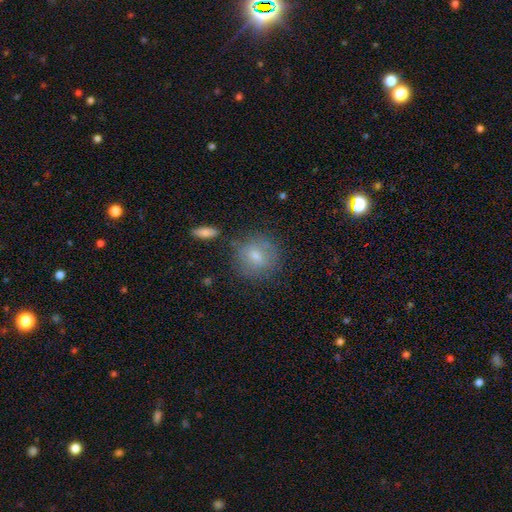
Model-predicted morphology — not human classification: smooth-or-featured: smooth: 69% | featured or disk: 19% | star or artifact: 12%
  how-rounded: round: 85% | in between: 13% | cigar-shaped: 1%
  merging: none: 79% | minor disturbance: 13% | merger: 4% | major disturbance: 4%